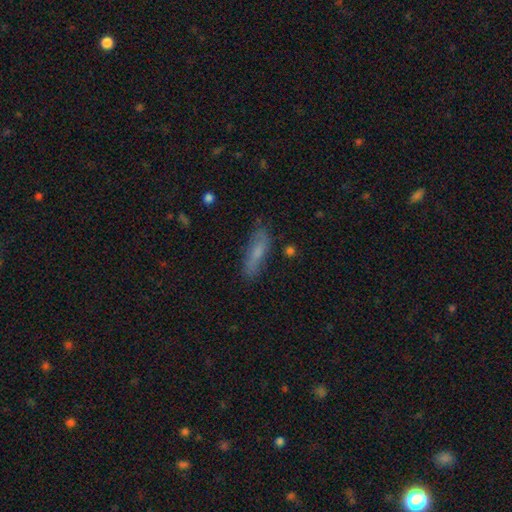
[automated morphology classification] Q: Smooth or featured?
A: smooth (70%); runner-up: featured or disk (23%)
Q: How rounded?
A: cigar-shaped (55%); runner-up: in between (42%)
Q: Merging?
A: none (72%); runner-up: minor disturbance (20%)